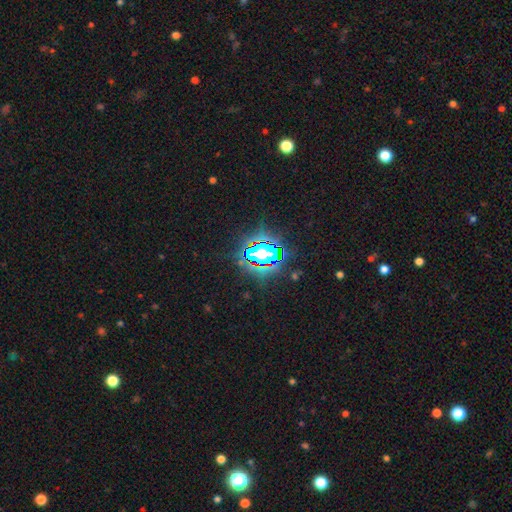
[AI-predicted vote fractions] This appears to be a star or artifact, not a galaxy (81%).